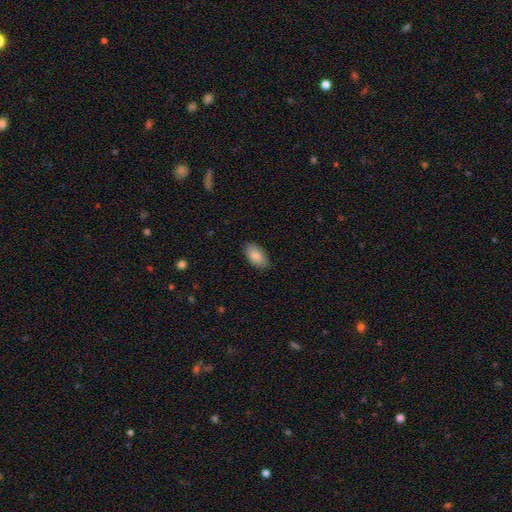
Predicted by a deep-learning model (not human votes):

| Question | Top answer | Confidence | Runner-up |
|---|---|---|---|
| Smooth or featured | smooth | 87% | featured or disk (6%) |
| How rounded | in between | 95% | round (3%) |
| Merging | none | 85% | minor disturbance (11%) |